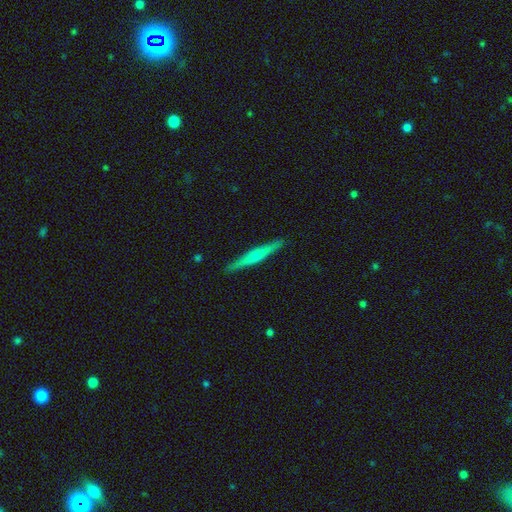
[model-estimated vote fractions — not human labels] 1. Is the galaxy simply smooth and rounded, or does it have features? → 56% featured or disk, 39% smooth, 6% star or artifact.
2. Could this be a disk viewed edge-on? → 97% yes, 3% no.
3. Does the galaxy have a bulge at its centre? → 64% rounded, 29% none, 8% boxy.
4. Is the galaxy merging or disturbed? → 90% none, 7% minor disturbance, 1% major disturbance, 1% merger.